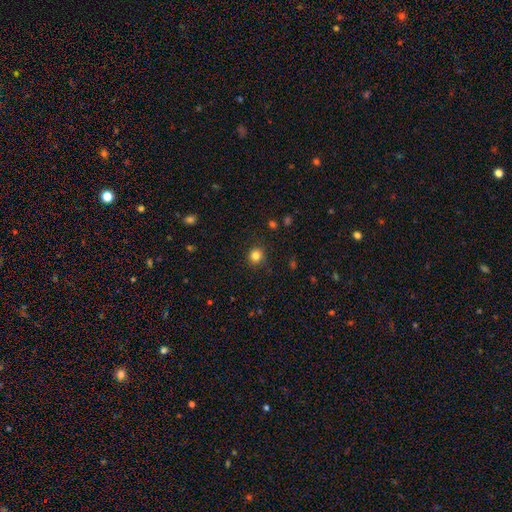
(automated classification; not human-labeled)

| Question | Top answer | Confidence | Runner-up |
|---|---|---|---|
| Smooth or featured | smooth | 83% | star or artifact (12%) |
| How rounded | round | 91% | in between (8%) |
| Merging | none | 89% | minor disturbance (7%) |